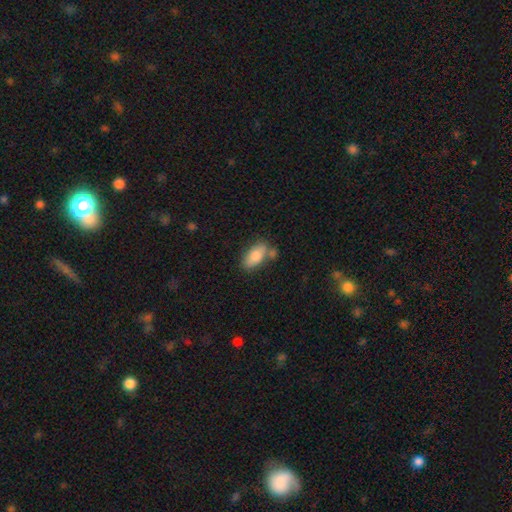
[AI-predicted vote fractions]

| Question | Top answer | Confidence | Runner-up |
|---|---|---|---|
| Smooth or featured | smooth | 79% | featured or disk (15%) |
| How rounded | in between | 89% | cigar-shaped (7%) |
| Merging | none | 61% | minor disturbance (18%) |